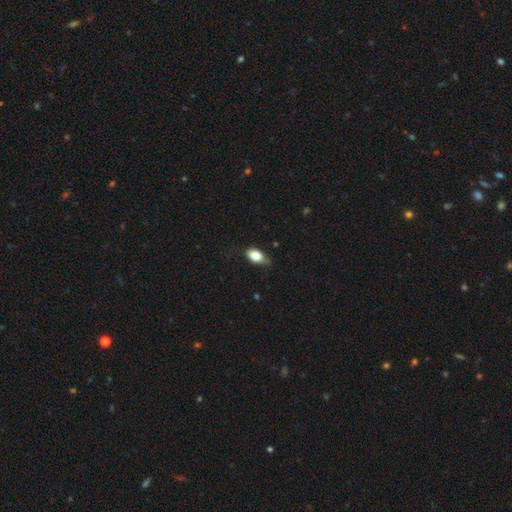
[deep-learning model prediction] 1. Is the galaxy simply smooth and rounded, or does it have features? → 79% smooth, 13% featured or disk, 8% star or artifact.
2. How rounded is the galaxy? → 86% in between, 10% round, 4% cigar-shaped.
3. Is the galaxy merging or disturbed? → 59% none, 32% minor disturbance, 7% major disturbance, 2% merger.